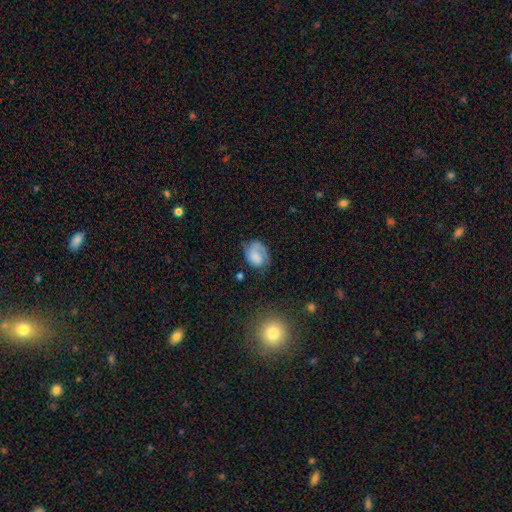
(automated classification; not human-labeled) A smooth galaxy with no disk features (55%) that is in between round and cigar-shaped (70%).

Vote fractions:
- Smooth or featured? smooth: 55% / featured or disk: 36% / star or artifact: 9%
- How rounded? in between: 70% / round: 29% / cigar-shaped: 1%
- Merging? none: 48% / minor disturbance: 28% / major disturbance: 21% / merger: 3%